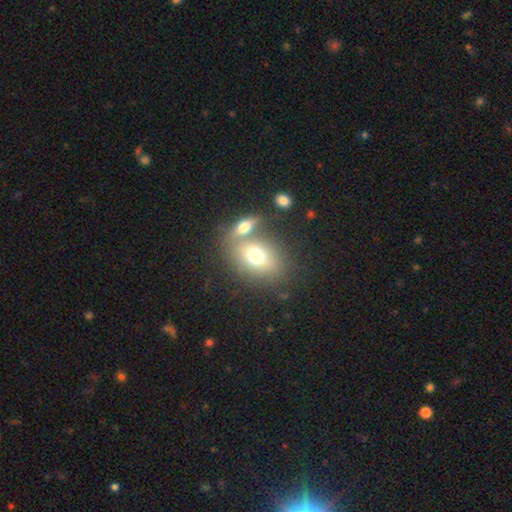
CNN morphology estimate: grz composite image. It shows a smooth galaxy with no disk features (70%) that is in between round and cigar-shaped (70%). Merging: none (51%).